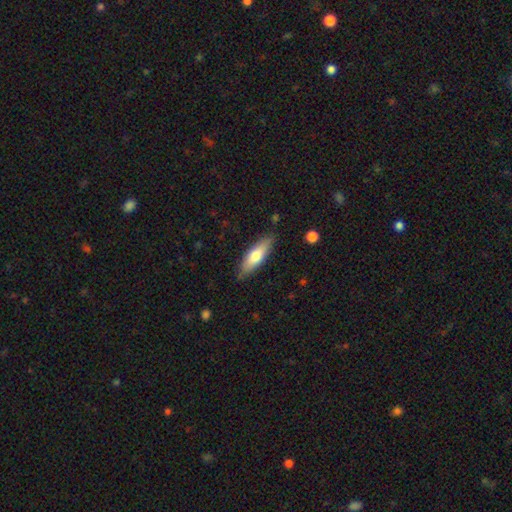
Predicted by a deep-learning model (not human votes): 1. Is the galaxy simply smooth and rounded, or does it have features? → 67% smooth, 28% featured or disk, 6% star or artifact.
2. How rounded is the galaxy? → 50% cigar-shaped, 48% in between, 2% round.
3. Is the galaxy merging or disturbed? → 83% none, 13% minor disturbance, 2% major disturbance, 1% merger.